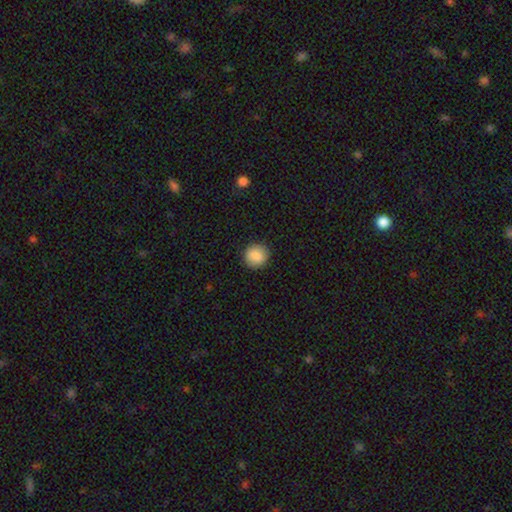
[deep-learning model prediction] smooth-or-featured: smooth: 88% | star or artifact: 8% | featured or disk: 4%
  how-rounded: round: 91% | in between: 8% | cigar-shaped: 1%
  merging: none: 90% | minor disturbance: 7% | major disturbance: 2% | merger: 1%